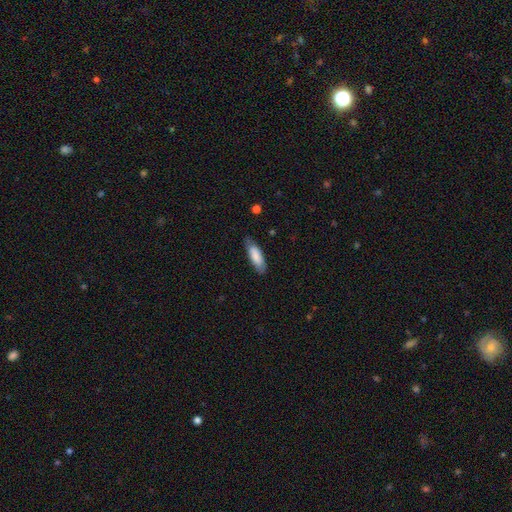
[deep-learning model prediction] Q: Smooth or featured?
A: smooth (82%); runner-up: featured or disk (13%)
Q: How rounded?
A: in between (54%); runner-up: cigar-shaped (44%)
Q: Merging?
A: none (75%); runner-up: minor disturbance (20%)